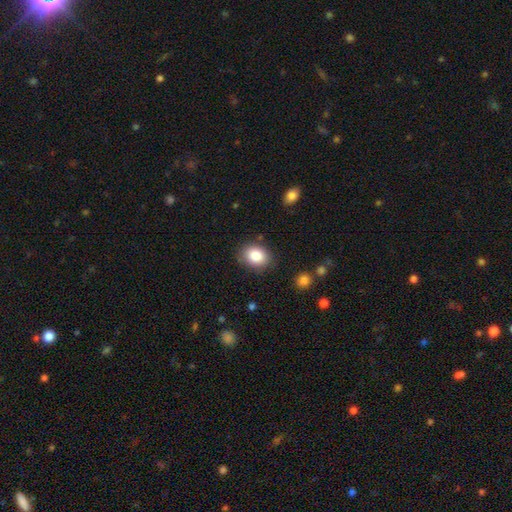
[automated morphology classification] smooth 86%, star or artifact 8%, featured or disk 6%. Down the decision tree: how rounded — in between (53%); merging — none (84%).